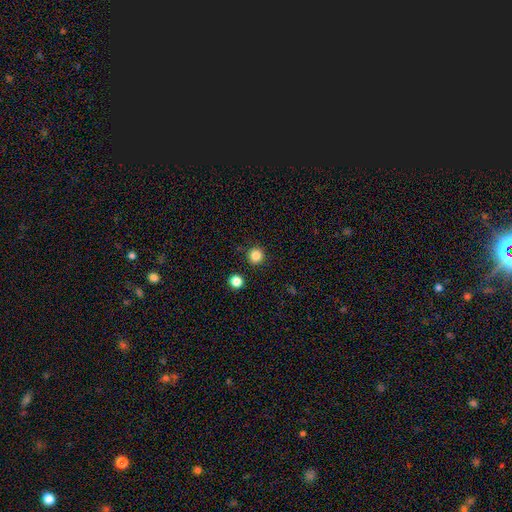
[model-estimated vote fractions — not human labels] Smooth or featured?
  - smooth: 85% *
  - star or artifact: 12%
  - featured or disk: 4%
How rounded?
  - round: 95% *
  - in between: 4%
  - cigar-shaped: 1%
Merging?
  - none: 91% *
  - minor disturbance: 5%
  - merger: 2%
  - major disturbance: 2%